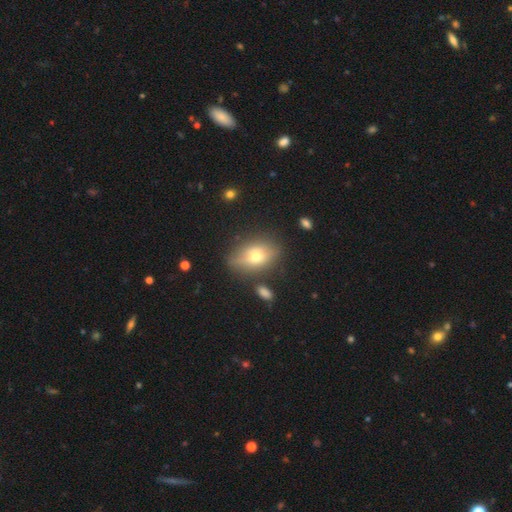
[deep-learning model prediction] smooth 58%, featured or disk 32%, star or artifact 10%. Down the decision tree: how rounded — in between (76%); merging — none (75%).